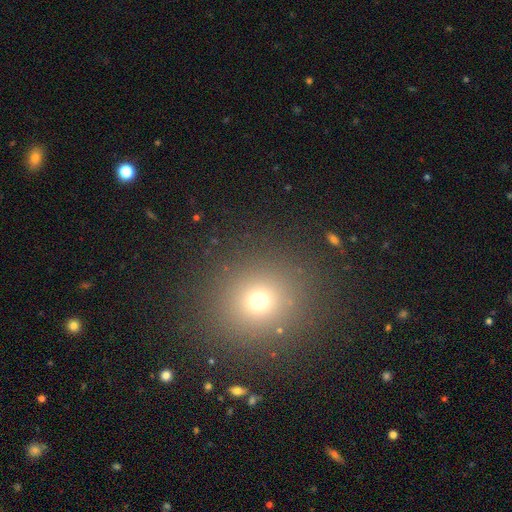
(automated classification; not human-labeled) Smooth or featured? Predicted: smooth (p=0.65). How rounded? Predicted: round (p=0.87). Merging? Predicted: none (p=0.90).